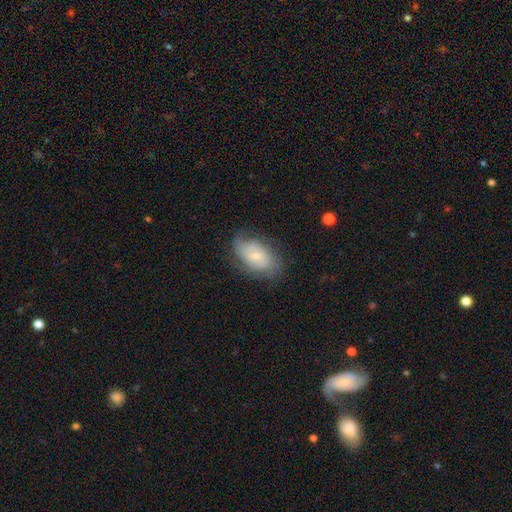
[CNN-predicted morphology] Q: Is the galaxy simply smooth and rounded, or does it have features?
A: featured or disk — 54%.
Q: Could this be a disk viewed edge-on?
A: no — 95%.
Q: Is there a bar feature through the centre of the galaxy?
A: no — 60%.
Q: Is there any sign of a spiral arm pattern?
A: yes — 83%.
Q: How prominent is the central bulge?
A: small — 61%.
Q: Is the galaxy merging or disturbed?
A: none — 64%.